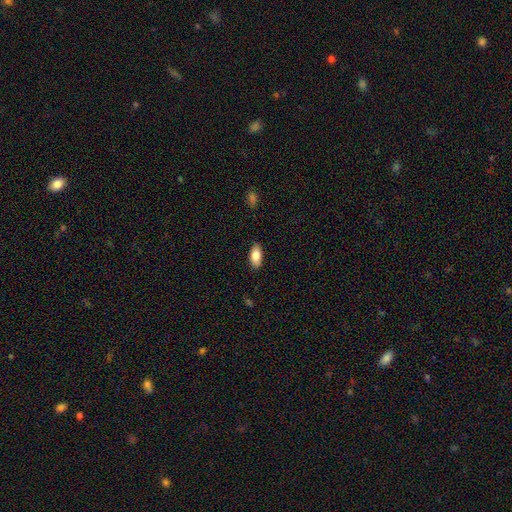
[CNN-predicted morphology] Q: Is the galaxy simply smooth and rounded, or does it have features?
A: smooth — 84%.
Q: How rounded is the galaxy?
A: in between — 91%.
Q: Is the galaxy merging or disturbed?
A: none — 86%.